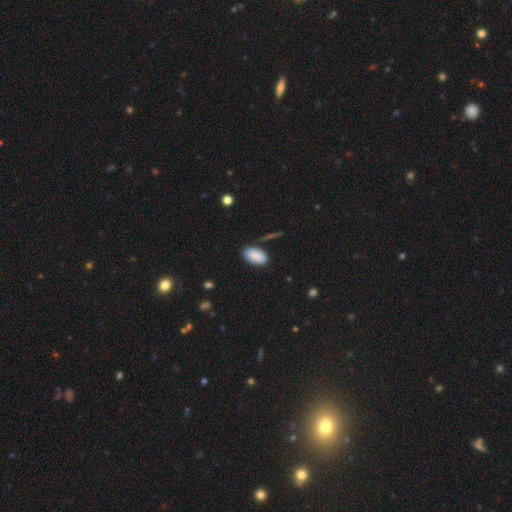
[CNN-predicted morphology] A smooth galaxy with no disk features (89%) that is in between round and cigar-shaped (94%). Merging: none (83%).